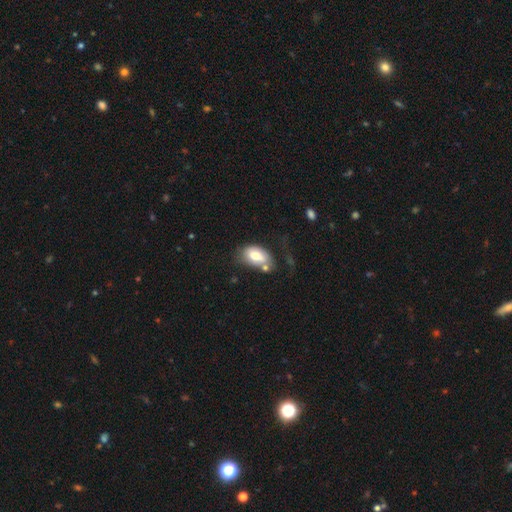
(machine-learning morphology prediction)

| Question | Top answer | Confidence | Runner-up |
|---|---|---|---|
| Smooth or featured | smooth | 69% | featured or disk (24%) |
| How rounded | in between | 89% | round (10%) |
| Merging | none | 42% | minor disturbance (24%) |